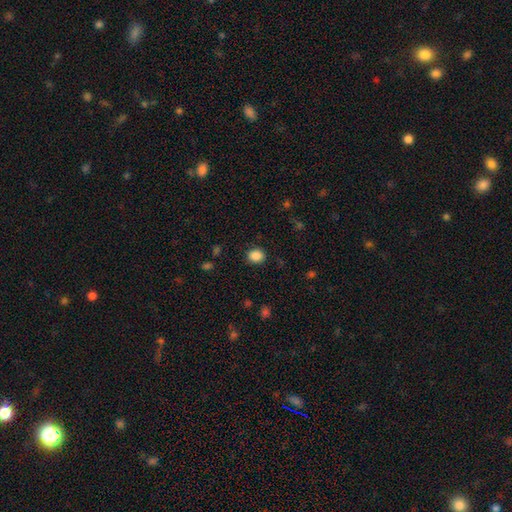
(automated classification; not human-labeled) A smooth galaxy with no disk features (87%) that is round (60%). Merging: none (87%).